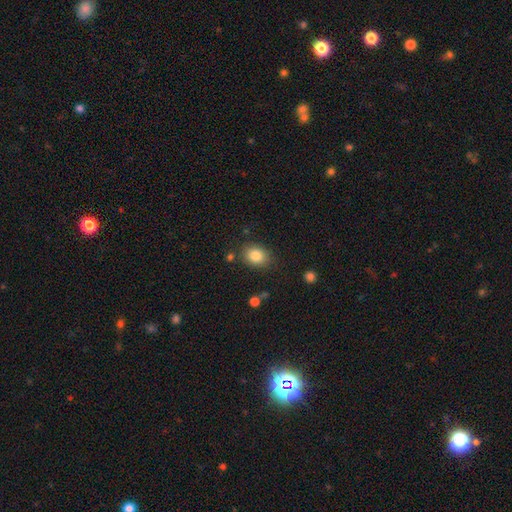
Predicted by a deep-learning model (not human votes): A smooth galaxy with no disk features (83%) that is in between round and cigar-shaped (51%).

Vote fractions:
- Smooth or featured? smooth: 83% / star or artifact: 10% / featured or disk: 7%
- How rounded? in between: 51% / round: 48% / cigar-shaped: 1%
- Merging? none: 82% / minor disturbance: 12% / major disturbance: 3% / merger: 3%